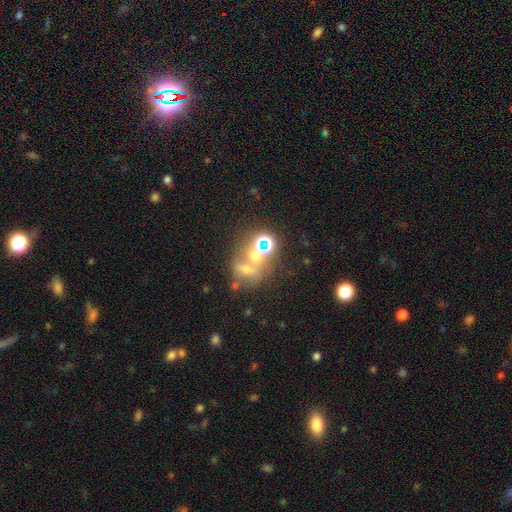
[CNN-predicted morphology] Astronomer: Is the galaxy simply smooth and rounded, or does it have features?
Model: star or artifact — 39% (runner-up: smooth, 34%).